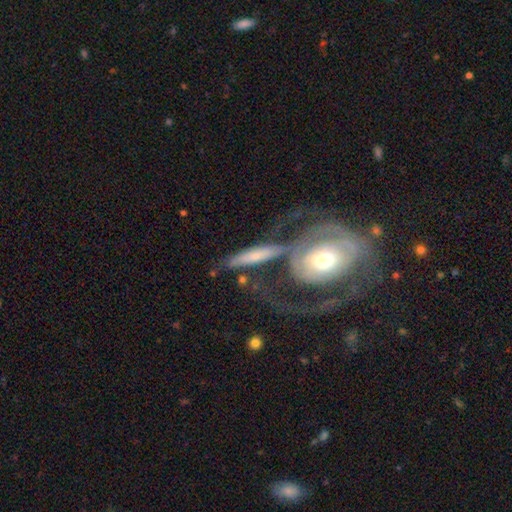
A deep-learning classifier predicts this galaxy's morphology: type=featured or disk (53%); edge-on=no (60%); merging=merger (36%).